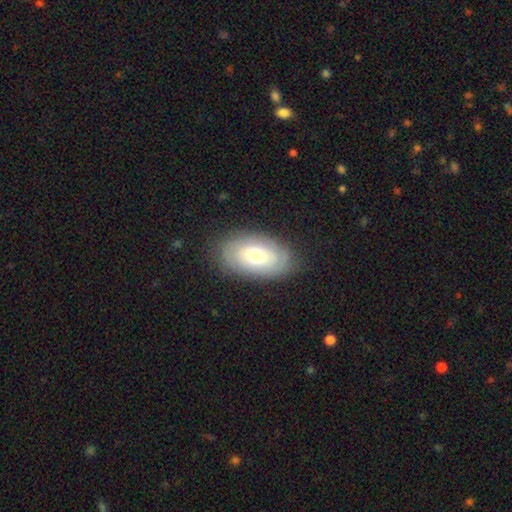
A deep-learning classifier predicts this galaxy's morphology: Smooth or featured? smooth (59%)
How rounded? in between (92%)
Merging? none (82%)